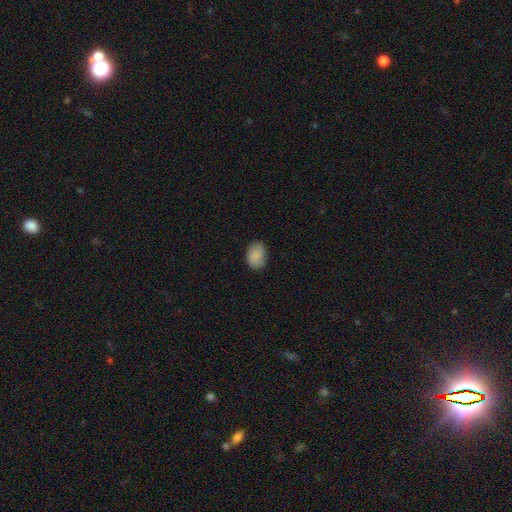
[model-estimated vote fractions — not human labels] smooth_or_featured: smooth (p=0.85) [alt: featured or disk p=0.08]
how_rounded: in between (p=0.77) [alt: round p=0.22]
merging: none (p=0.77) [alt: minor disturbance p=0.19]